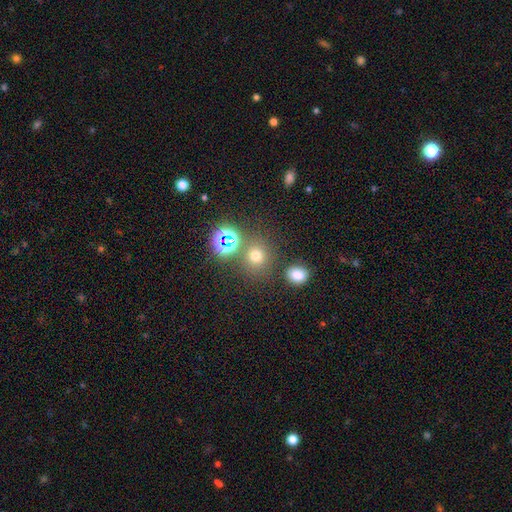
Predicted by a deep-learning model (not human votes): smooth_or_featured: smooth (p=0.66) [alt: star or artifact p=0.26]
how_rounded: round (p=0.85) [alt: in between p=0.14]
merging: none (p=0.76) [alt: merger p=0.11]